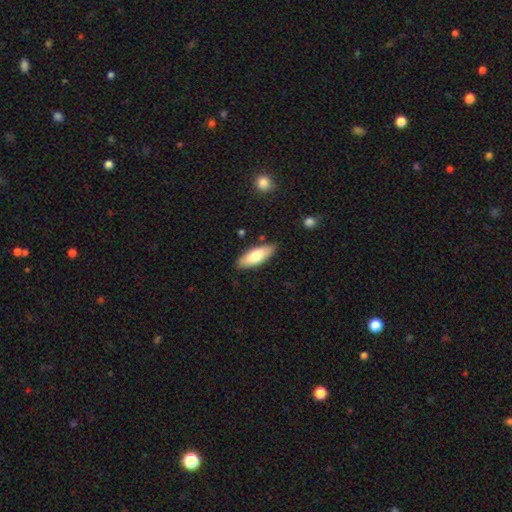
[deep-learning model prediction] smooth_or_featured: smooth (p=0.74) [alt: featured or disk p=0.20]
how_rounded: in between (p=0.67) [alt: cigar-shaped p=0.31]
merging: none (p=0.85) [alt: minor disturbance p=0.12]